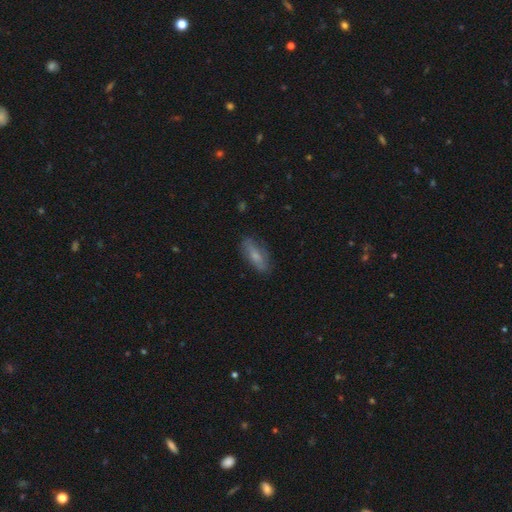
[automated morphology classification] This is likely a smooth galaxy (64%). How rounded: likely in between (62%). Merging: likely none (79%).